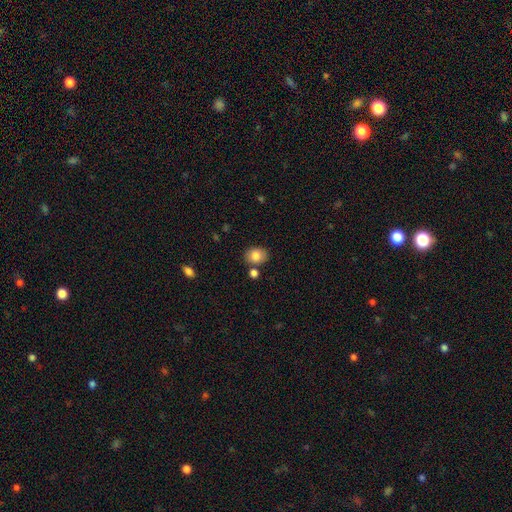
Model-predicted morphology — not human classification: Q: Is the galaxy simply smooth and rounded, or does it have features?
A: smooth — 83%.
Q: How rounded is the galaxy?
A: in between — 56%.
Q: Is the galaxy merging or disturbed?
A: none — 73%.